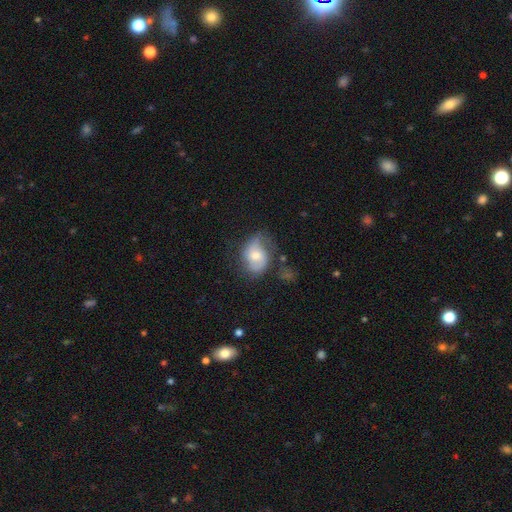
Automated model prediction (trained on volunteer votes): Smooth or featured: featured or disk — 48% (smooth — 44%)
Merging: none — 48% (minor disturbance — 29%)